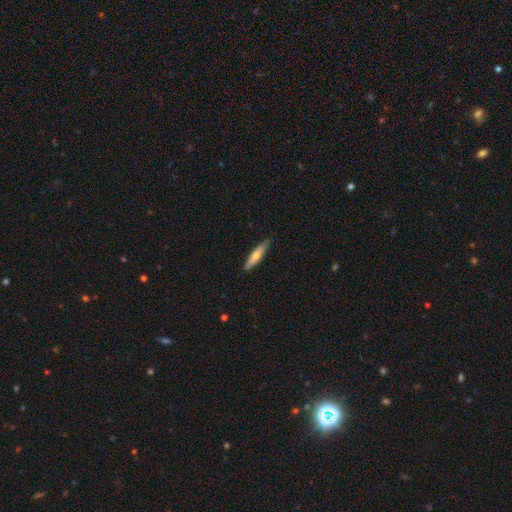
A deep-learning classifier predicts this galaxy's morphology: type=smooth (63%); roundness=cigar-shaped (83%); merging=none (83%).